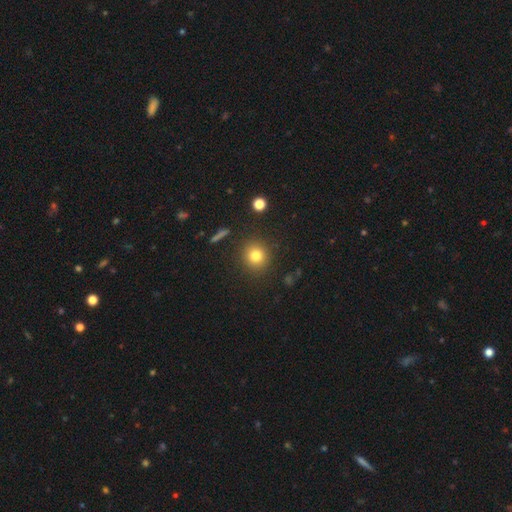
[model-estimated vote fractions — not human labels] This appears to be a smooth galaxy with no disk features (80%) that is round (90%). Merging: none (89%).